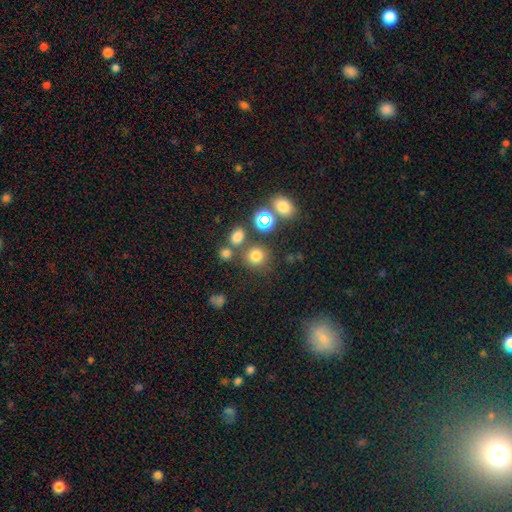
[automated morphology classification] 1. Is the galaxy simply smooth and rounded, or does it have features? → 73% smooth, 20% star or artifact, 7% featured or disk.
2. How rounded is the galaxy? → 87% round, 12% in between, 1% cigar-shaped.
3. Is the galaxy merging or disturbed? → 72% none, 13% merger, 10% minor disturbance, 5% major disturbance.